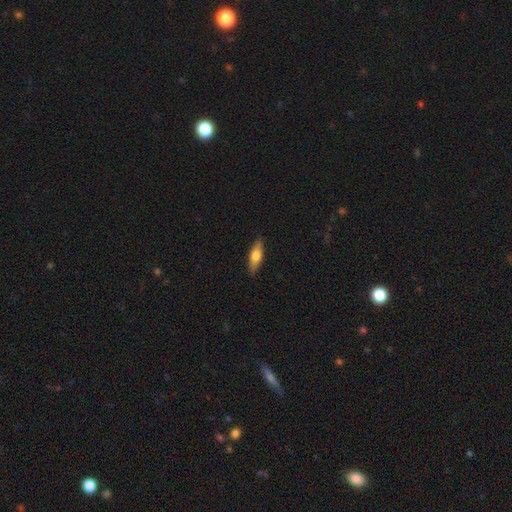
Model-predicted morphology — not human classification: Q: Smooth or featured?
A: smooth (65%); runner-up: featured or disk (29%)
Q: How rounded?
A: in between (54%); runner-up: cigar-shaped (44%)
Q: Merging?
A: none (88%); runner-up: minor disturbance (9%)